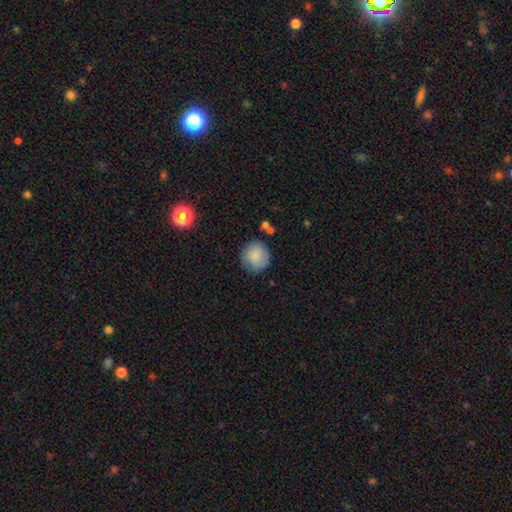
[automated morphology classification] A smooth galaxy with no disk features (83%) that is round (89%).

Vote fractions:
- Smooth or featured? smooth: 83% / featured or disk: 9% / star or artifact: 8%
- How rounded? round: 89% / in between: 10% / cigar-shaped: 1%
- Merging? none: 76% / minor disturbance: 16% / major disturbance: 4% / merger: 3%